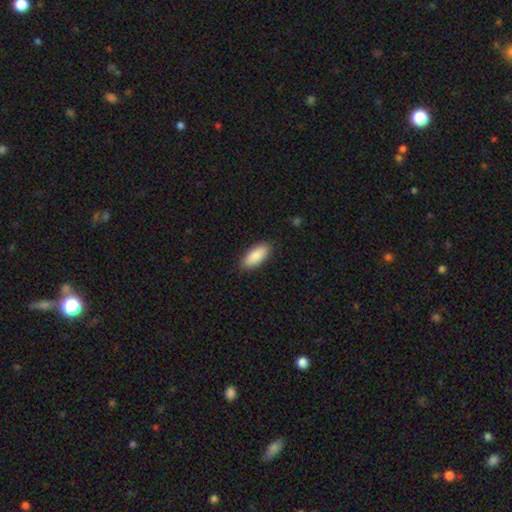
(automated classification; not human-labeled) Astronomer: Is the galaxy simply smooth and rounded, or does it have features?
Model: smooth — 88%.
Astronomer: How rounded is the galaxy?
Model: in between — 83%.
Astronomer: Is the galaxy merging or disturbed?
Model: none — 87%.